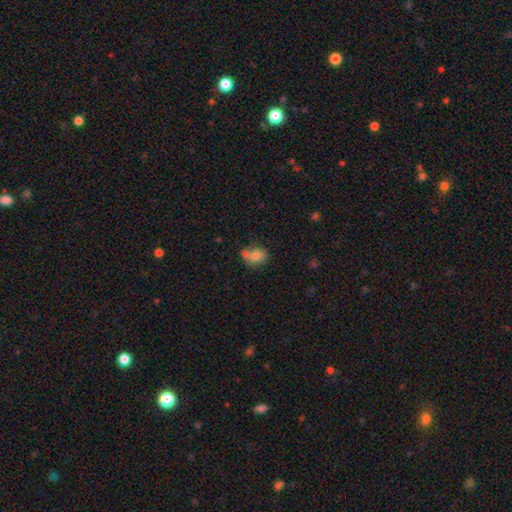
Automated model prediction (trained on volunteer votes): This appears to be a smooth galaxy with no disk features (74%) that is in between round and cigar-shaped (52%). Merging: none (44%).